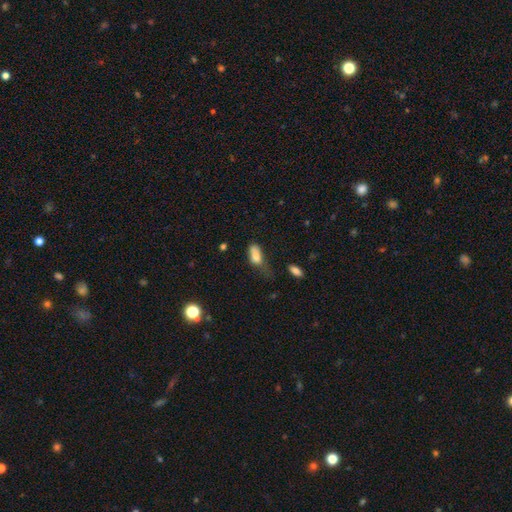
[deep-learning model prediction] Smooth or featured?
  - smooth: 77% *
  - featured or disk: 14%
  - star or artifact: 9%
How rounded?
  - in between: 84% *
  - cigar-shaped: 10%
  - round: 6%
Merging?
  - major disturbance: 37% *
  - minor disturbance: 32%
  - none: 23%
  - merger: 8%